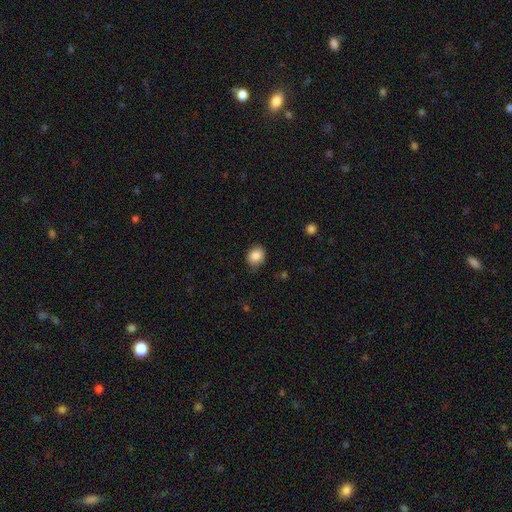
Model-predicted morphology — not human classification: Smooth or featured? smooth (85%)
How rounded? round (55%)
Merging? none (78%)